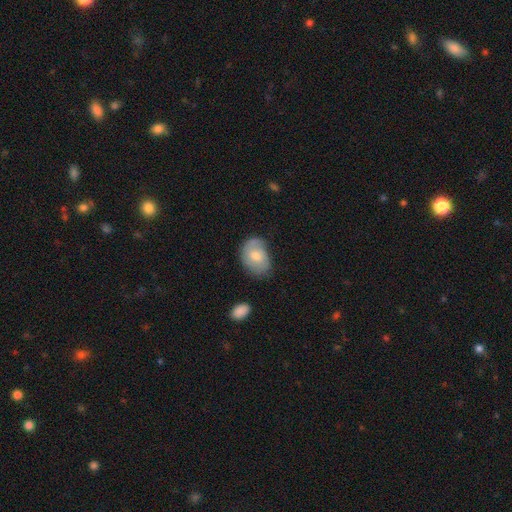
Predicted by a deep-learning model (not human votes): The model was most divided on "smooth or featured": smooth: 55%, featured or disk: 38%, star or artifact: 7%. More confident: how rounded — in between (71%); merging — none (56%).